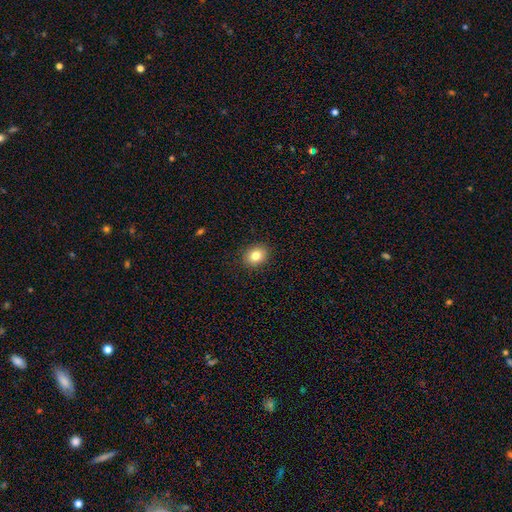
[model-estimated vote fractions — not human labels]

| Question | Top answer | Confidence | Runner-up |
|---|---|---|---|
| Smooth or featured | smooth | 82% | star or artifact (10%) |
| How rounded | round | 55% | in between (44%) |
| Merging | none | 89% | minor disturbance (8%) |